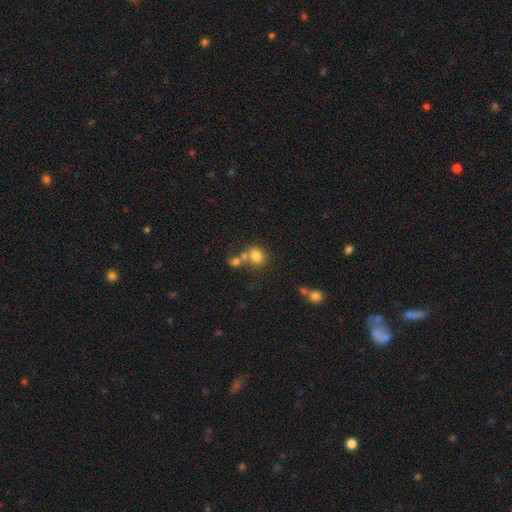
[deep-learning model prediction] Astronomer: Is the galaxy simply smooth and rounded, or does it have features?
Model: smooth — 78%.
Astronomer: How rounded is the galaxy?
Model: round — 73%.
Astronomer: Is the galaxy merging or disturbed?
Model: none — 51% (runner-up: merger, 34%).